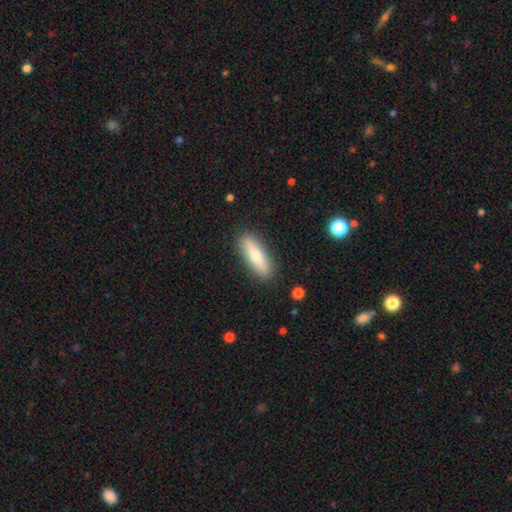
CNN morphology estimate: Q: Smooth or featured?
A: smooth (71%); runner-up: featured or disk (23%)
Q: How rounded?
A: cigar-shaped (56%); runner-up: in between (42%)
Q: Merging?
A: none (88%); runner-up: minor disturbance (9%)